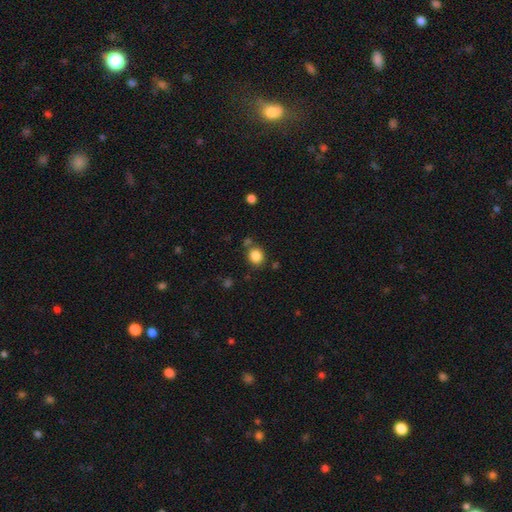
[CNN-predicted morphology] type=smooth (85%); roundness=round (79%); merging=none (74%).